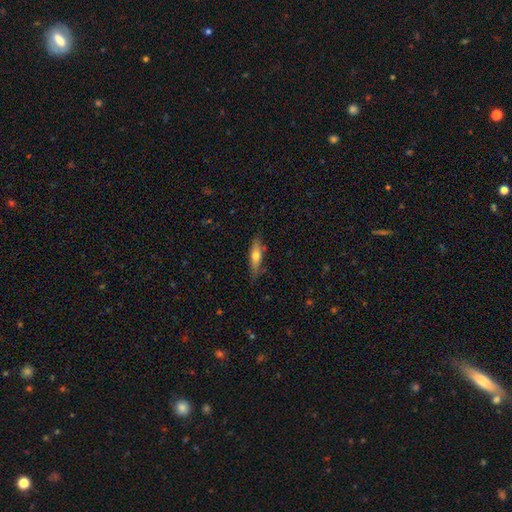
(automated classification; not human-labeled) Overall: smooth (55%; featured or disk 38%). How rounded: cigar-shaped (61%; in between 36%). Merging: none (75%).